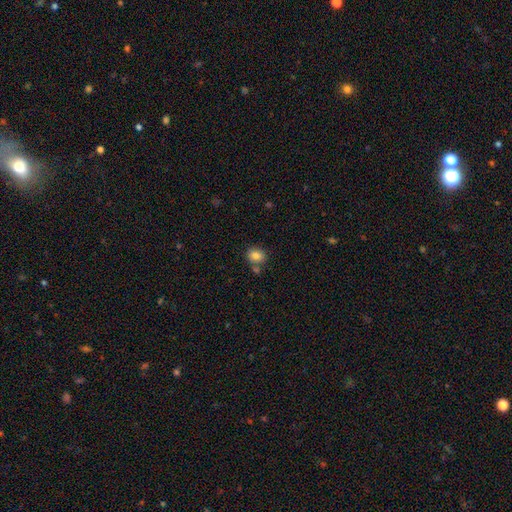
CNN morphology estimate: smooth-or-featured: smooth: 82% | star or artifact: 10% | featured or disk: 8%
  how-rounded: round: 65% | in between: 34% | cigar-shaped: 1%
  merging: none: 71% | merger: 15% | minor disturbance: 12% | major disturbance: 3%